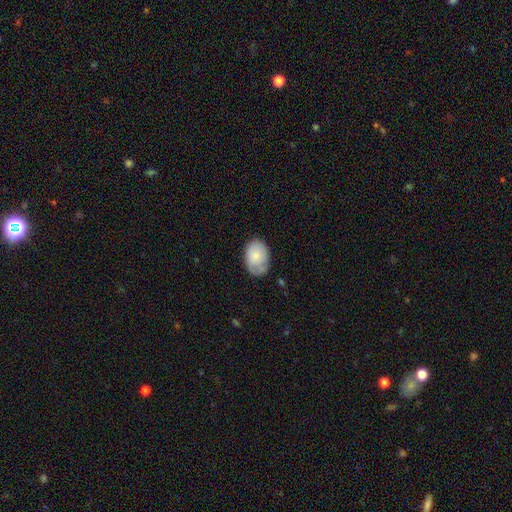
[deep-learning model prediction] Morphology: type=smooth (75%); roundness=in between (82%); merging=none (57%).